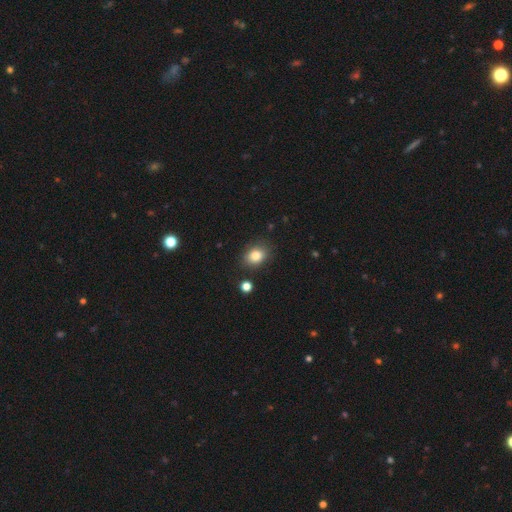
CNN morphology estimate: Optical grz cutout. It shows a smooth galaxy with no disk features (83%) that is in between round and cigar-shaped (60%). Merging: none (82%).